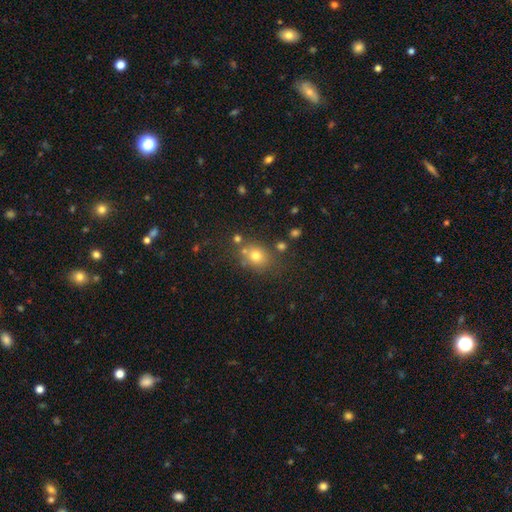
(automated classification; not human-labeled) smooth 71%, star or artifact 17%, featured or disk 12%. Down the decision tree: how rounded — round (60%); merging — none (69%).